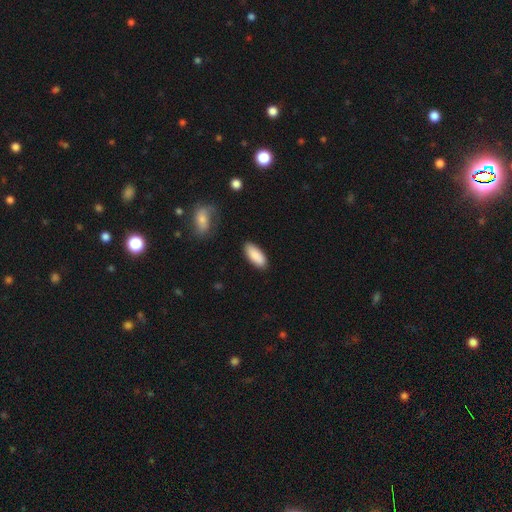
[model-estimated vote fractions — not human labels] smooth_or_featured: smooth (p=0.89) [alt: star or artifact p=0.06]
how_rounded: in between (p=0.81) [alt: cigar-shaped p=0.17]
merging: none (p=0.85) [alt: minor disturbance p=0.10]